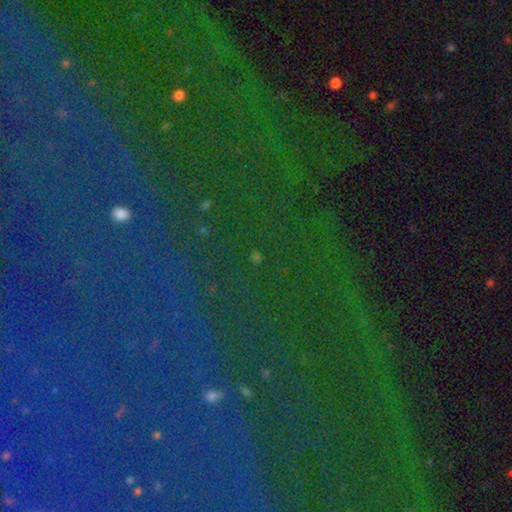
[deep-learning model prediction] Smooth or featured? star or artifact (80%)